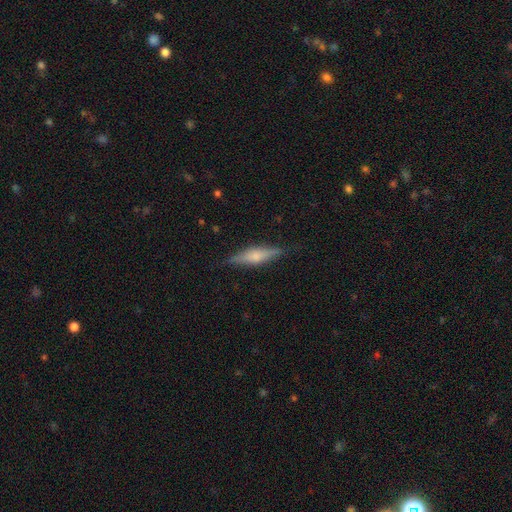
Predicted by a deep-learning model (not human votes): smooth_or_featured: featured or disk (p=0.56) [alt: smooth p=0.37]
disk_edge_on: yes (p=0.95) [alt: no p=0.05]
edge_on_bulge: rounded (p=0.78) [alt: boxy p=0.14]
merging: none (p=0.85) [alt: minor disturbance p=0.12]